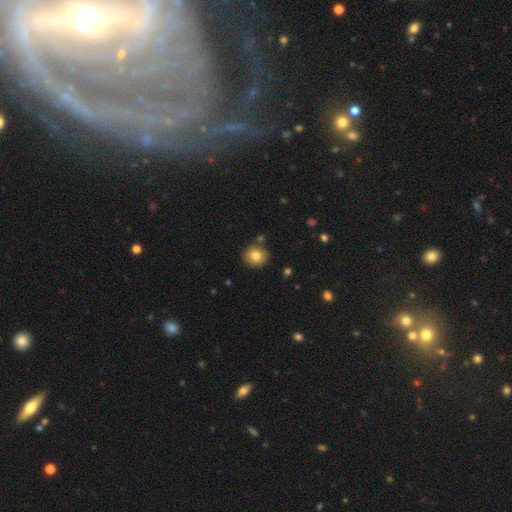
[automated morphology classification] smooth 81%, star or artifact 10%, featured or disk 9%. Down the decision tree: how rounded — round (85%); merging — none (86%).